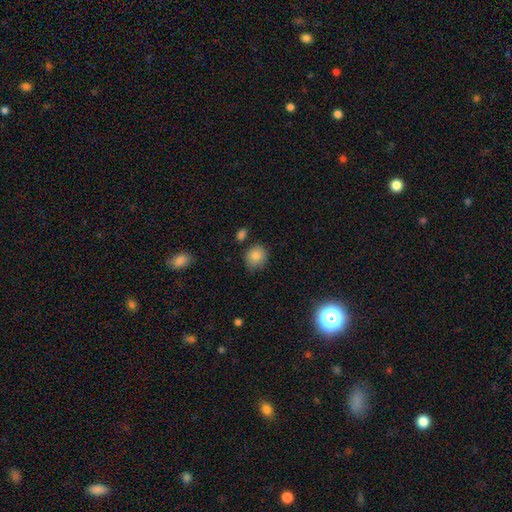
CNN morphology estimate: This appears to be a smooth galaxy with no disk features (83%) that is round (75%). Merging: none (74%).